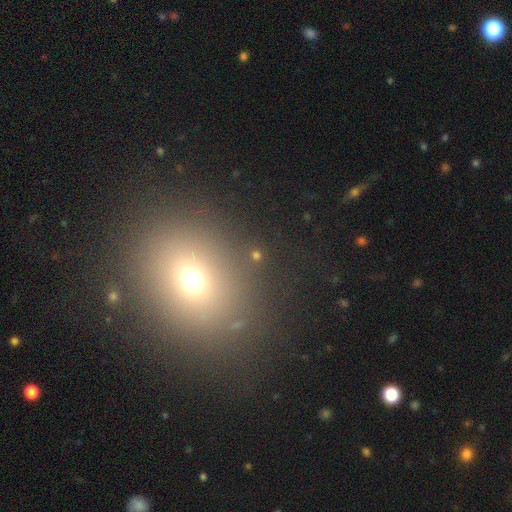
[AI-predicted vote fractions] The model was most divided on "smooth or featured": smooth: 54%, star or artifact: 35%, featured or disk: 11%. More confident: merging — none (83%); how rounded — round (68%).